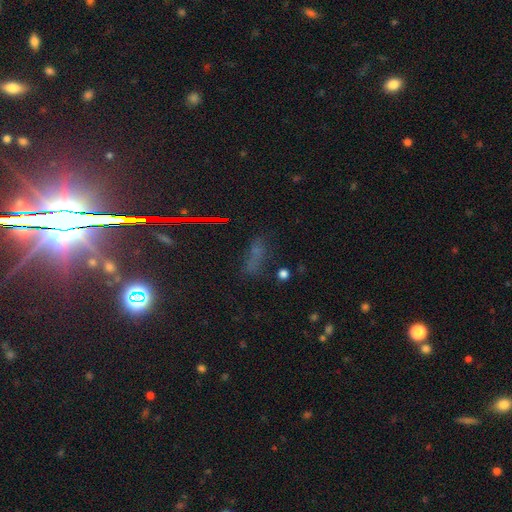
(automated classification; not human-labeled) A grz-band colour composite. It shows a smooth galaxy with no disk features (43%). Merging: none (59%).